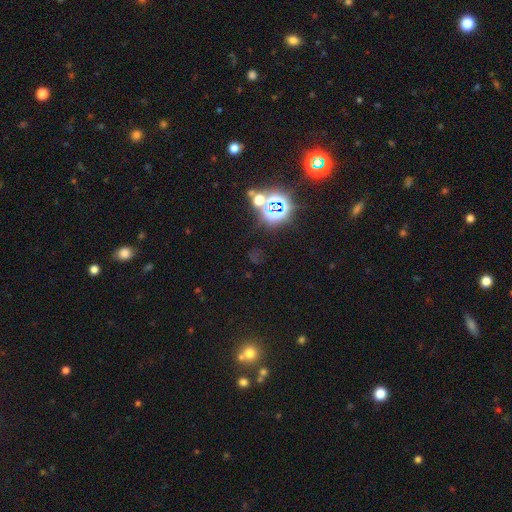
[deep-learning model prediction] This appears to be a star or artifact, not a galaxy (72%).